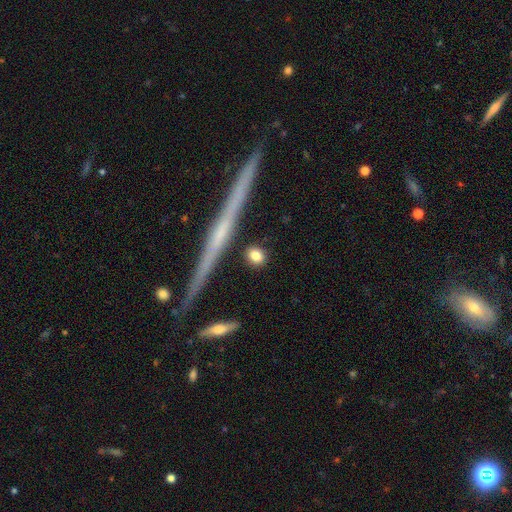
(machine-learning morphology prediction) Overall: smooth (81%). How rounded: round (64%; in between 28%). Merging: none (88%).